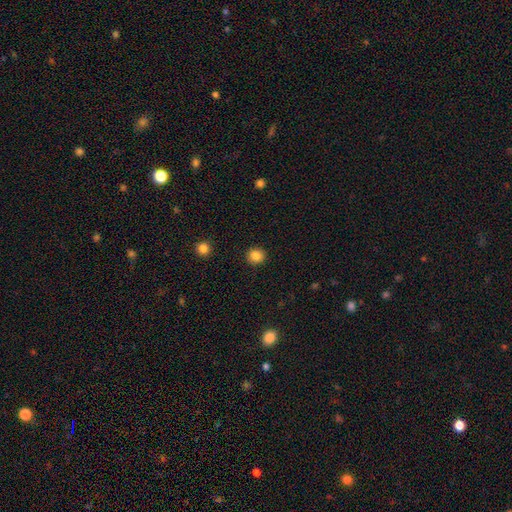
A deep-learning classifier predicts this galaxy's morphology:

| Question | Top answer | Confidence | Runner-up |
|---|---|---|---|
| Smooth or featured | smooth | 86% | star or artifact (11%) |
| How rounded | round | 90% | in between (9%) |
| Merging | none | 92% | minor disturbance (5%) |